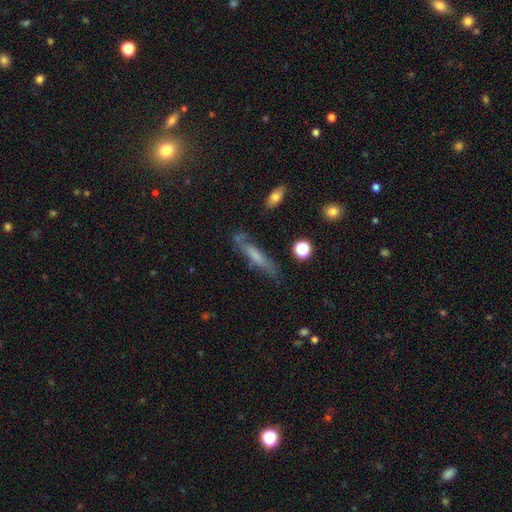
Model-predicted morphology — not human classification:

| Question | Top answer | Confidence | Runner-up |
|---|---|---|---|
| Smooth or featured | smooth | 51% | featured or disk (40%) |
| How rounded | cigar-shaped | 83% | in between (15%) |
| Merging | none | 65% | minor disturbance (22%) |